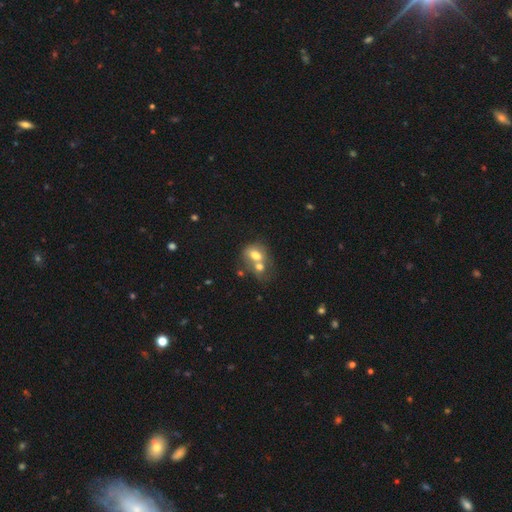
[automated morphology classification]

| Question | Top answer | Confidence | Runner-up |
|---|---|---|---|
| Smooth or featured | smooth | 66% | featured or disk (24%) |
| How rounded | in between | 54% | round (45%) |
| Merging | merger | 67% | none (20%) |